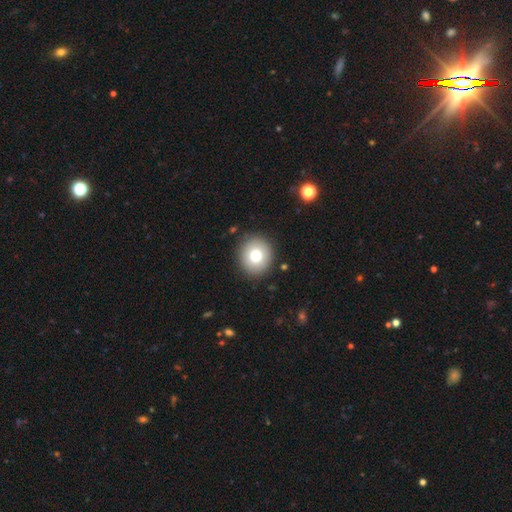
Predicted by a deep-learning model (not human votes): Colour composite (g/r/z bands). It shows a smooth galaxy with no disk features (76%) that is round (87%). Merging: none (89%).